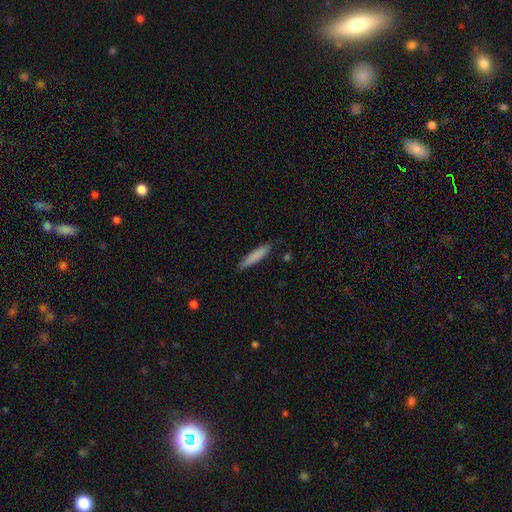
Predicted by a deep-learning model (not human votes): This appears to be a smooth galaxy with no disk features (82%) that is cigar-shaped (88%). Merging: none (85%).